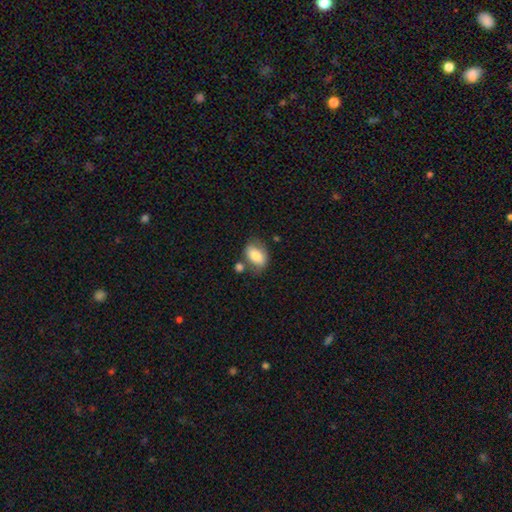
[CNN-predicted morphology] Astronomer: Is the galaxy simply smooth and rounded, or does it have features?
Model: smooth — 75%.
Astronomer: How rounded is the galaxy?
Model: in between — 84%.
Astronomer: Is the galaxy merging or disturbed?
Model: none — 59%.